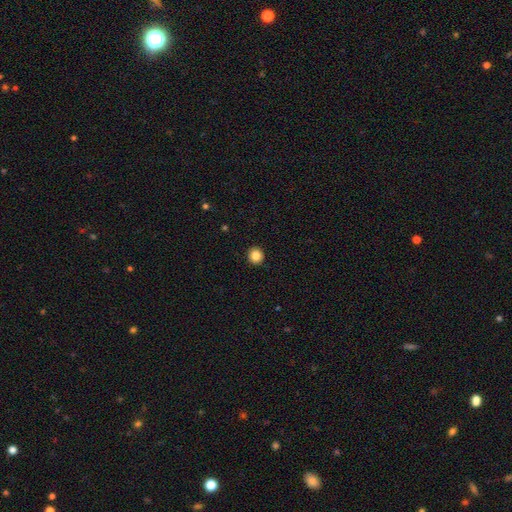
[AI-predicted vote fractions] A smooth galaxy with no disk features (85%) that is round (91%).

Vote fractions:
- Smooth or featured? smooth: 85% / star or artifact: 10% / featured or disk: 5%
- How rounded? round: 91% / in between: 8% / cigar-shaped: 1%
- Merging? none: 93% / minor disturbance: 4% / major disturbance: 1% / merger: 1%